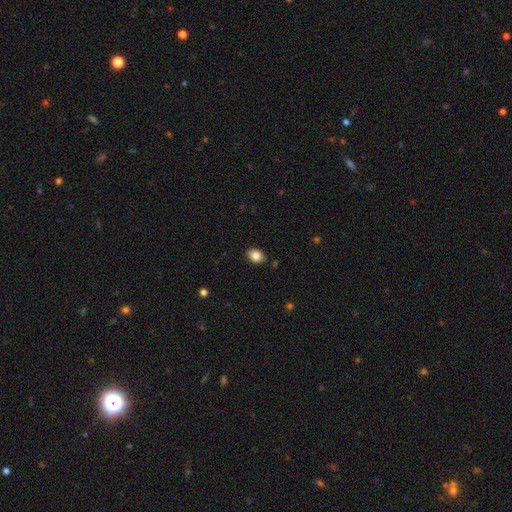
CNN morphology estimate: This is clearly a smooth galaxy (84%). How rounded: likely in between (73%). Merging: clearly none (87%).